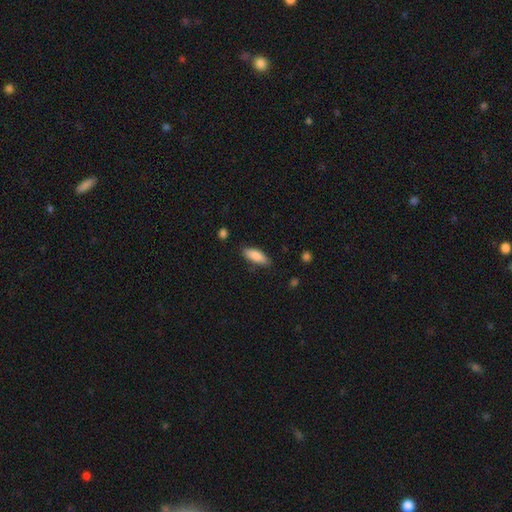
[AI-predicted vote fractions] Overall: smooth (85%). How rounded: in between (69%; cigar-shaped 30%). Merging: none (82%).